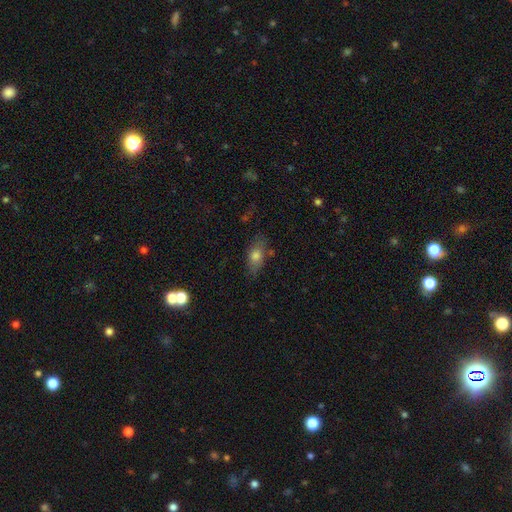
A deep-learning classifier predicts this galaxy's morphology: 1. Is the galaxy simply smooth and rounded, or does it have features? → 72% smooth, 19% featured or disk, 10% star or artifact.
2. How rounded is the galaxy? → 80% in between, 13% cigar-shaped, 7% round.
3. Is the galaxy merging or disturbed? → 69% none, 20% minor disturbance, 7% major disturbance, 4% merger.